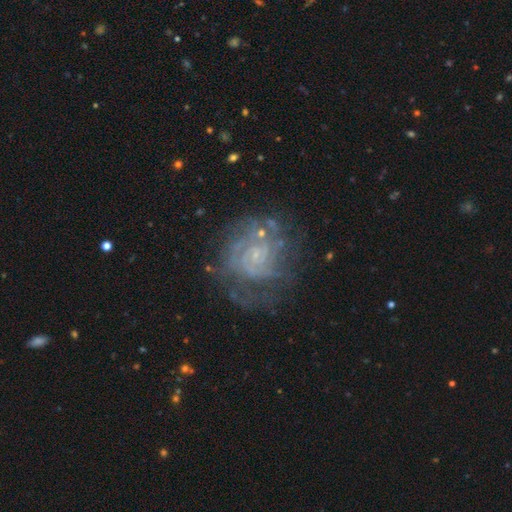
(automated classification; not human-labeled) A featured or disk galaxy (73%) with no bar (77%), tight (58%) spiral arms (79%) and a small central bulge (63%). Merging: none (62%).